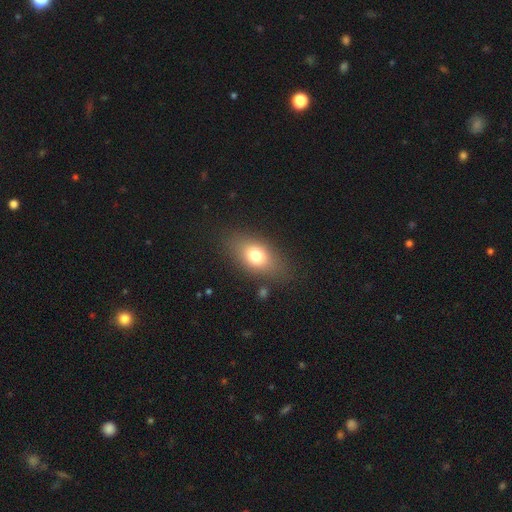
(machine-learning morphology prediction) Overall: smooth (74%). How rounded: in between (80%). Merging: none (78%).